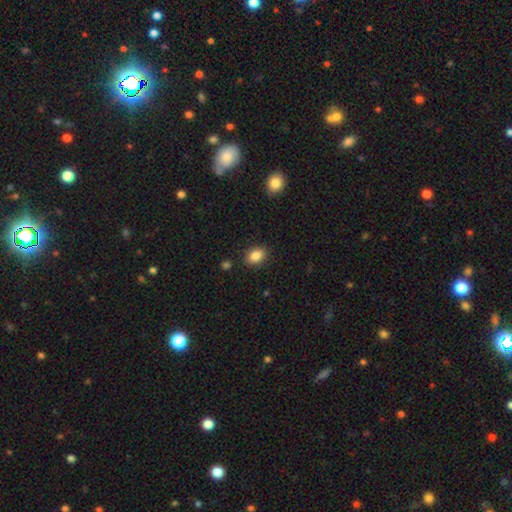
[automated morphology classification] Smooth or featured: smooth — 86% (star or artifact — 9%)
How rounded: in between — 78% (round — 20%)
Merging: none — 87% (minor disturbance — 9%)